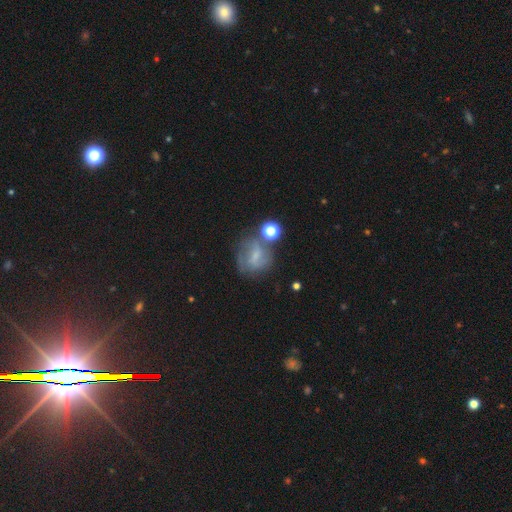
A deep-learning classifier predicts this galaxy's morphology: A featured or disk galaxy (48%).

Vote fractions:
- Smooth or featured? featured or disk: 48% / smooth: 37% / star or artifact: 15%
- Merging? none: 51% / minor disturbance: 21% / merger: 14% / major disturbance: 14%